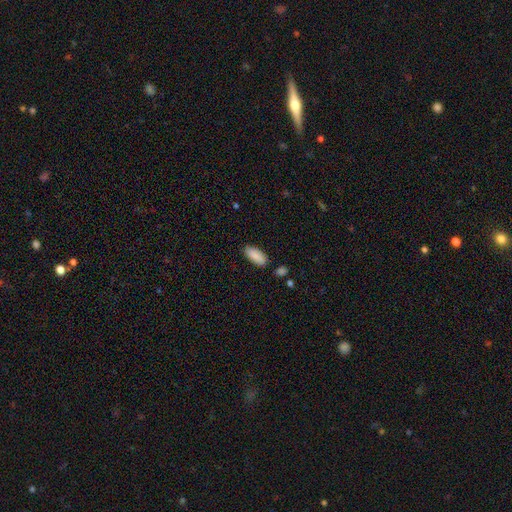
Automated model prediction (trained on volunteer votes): smooth 89%, star or artifact 6%, featured or disk 5%. Down the decision tree: how rounded — in between (83%); merging — none (84%).